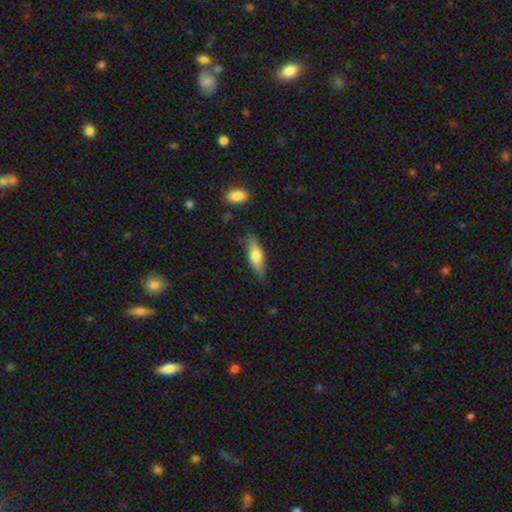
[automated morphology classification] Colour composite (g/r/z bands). It shows a smooth galaxy with no disk features (66%) that is in between round and cigar-shaped (56%). Merging: none (79%).